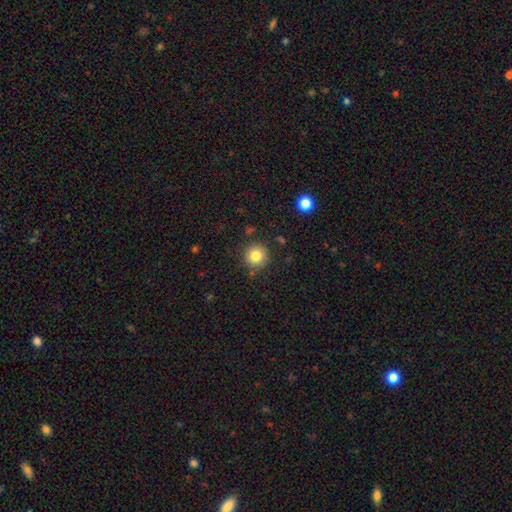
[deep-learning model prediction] This appears to be a smooth galaxy with no disk features (83%) that is round (94%). Merging: none (88%).